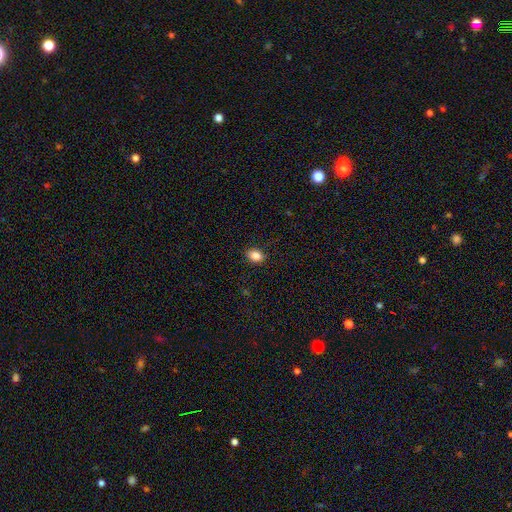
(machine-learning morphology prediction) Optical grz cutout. It shows a smooth galaxy with no disk features (87%) that is in between round and cigar-shaped (72%). Merging: none (87%).